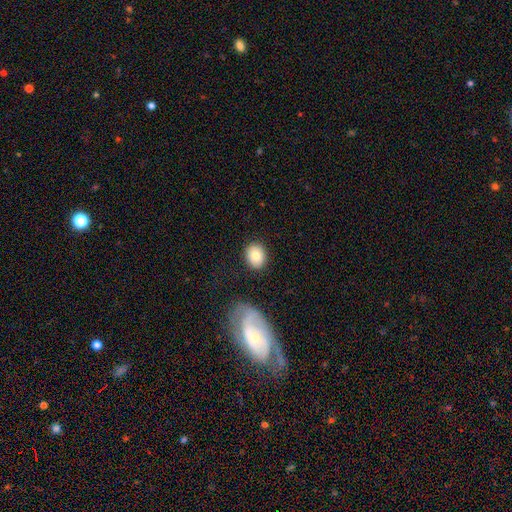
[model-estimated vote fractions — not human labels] The model was most divided on "how rounded": round: 50%, in between: 49%, cigar-shaped: 1%. More confident: merging — none (85%); smooth or featured — smooth (82%).